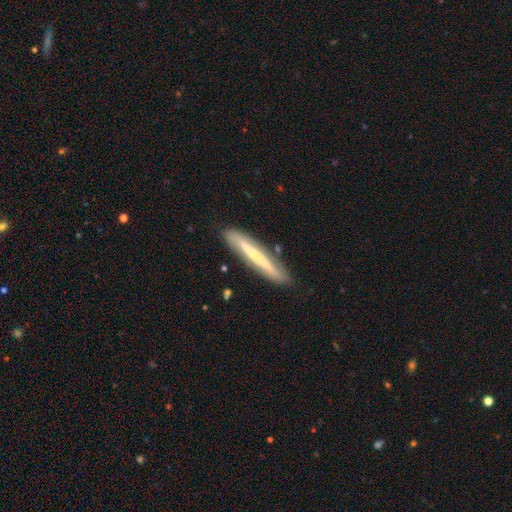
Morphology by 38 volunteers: Smooth or featured? 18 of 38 (47%) said featured or disk. Edge-on disk? 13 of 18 (72%) said yes. Edge-on bulge? 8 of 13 (62%) said rounded. Merging? 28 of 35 (80%) said none.